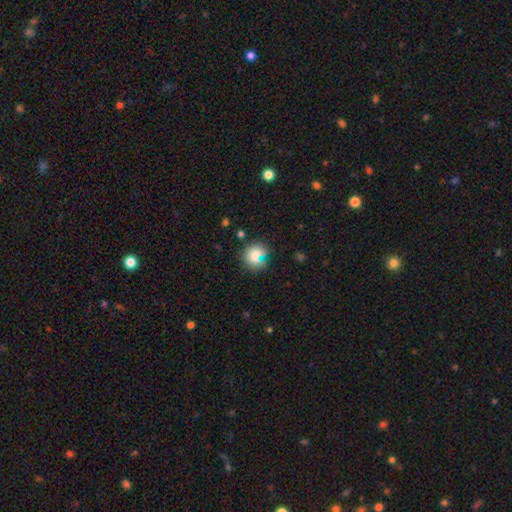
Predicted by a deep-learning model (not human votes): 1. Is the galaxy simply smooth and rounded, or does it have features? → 78% smooth, 12% star or artifact, 10% featured or disk.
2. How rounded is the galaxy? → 84% round, 15% in between, 1% cigar-shaped.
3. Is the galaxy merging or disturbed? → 71% none, 15% minor disturbance, 10% merger, 5% major disturbance.